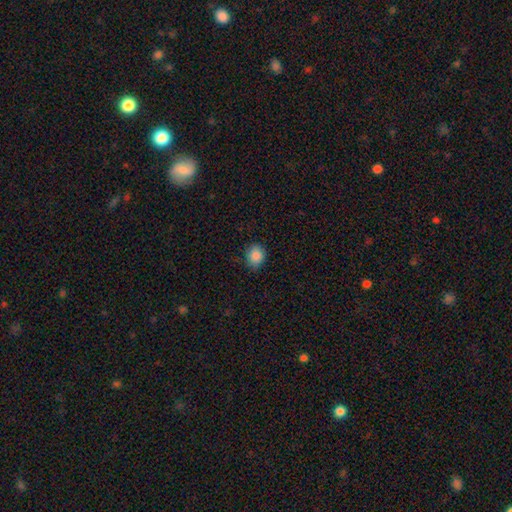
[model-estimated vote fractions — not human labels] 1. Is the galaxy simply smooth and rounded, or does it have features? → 87% smooth, 9% star or artifact, 4% featured or disk.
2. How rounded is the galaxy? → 60% round, 39% in between, 1% cigar-shaped.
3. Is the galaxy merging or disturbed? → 78% none, 18% minor disturbance, 3% major disturbance, 1% merger.